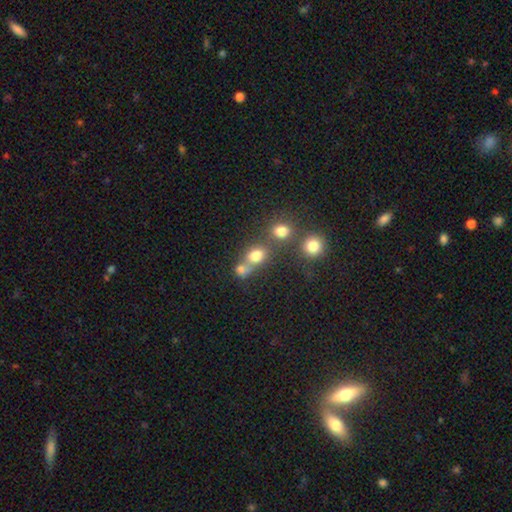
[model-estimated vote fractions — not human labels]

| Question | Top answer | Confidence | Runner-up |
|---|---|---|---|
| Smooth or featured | smooth | 74% | star or artifact (16%) |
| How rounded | round | 68% | in between (30%) |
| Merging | none | 46% | merger (39%) |